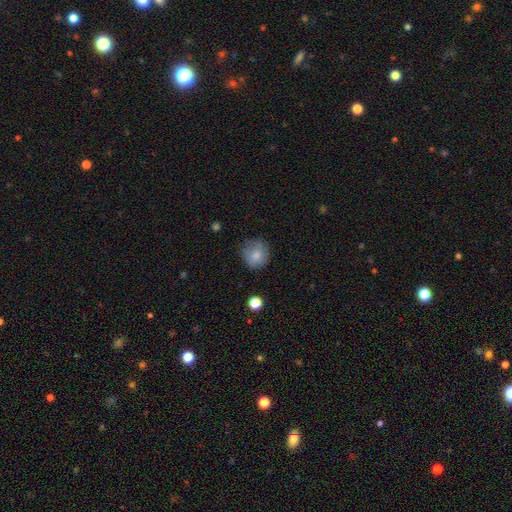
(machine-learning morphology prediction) The model was most divided on "merging": none: 70%, minor disturbance: 22%, major disturbance: 7%, merger: 2%. More confident: how rounded — round (88%); smooth or featured — smooth (81%).